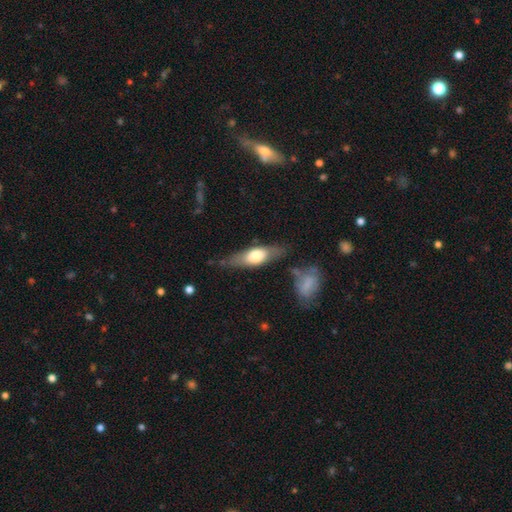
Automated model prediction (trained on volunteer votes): Smooth or featured? smooth (54%)
How rounded? in between (55%)
Merging? none (72%)